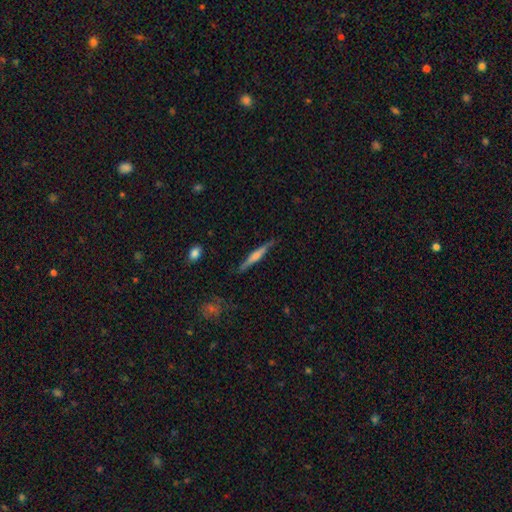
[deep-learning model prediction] A featured or disk galaxy (67%) viewed edge-on (97%) with a rounded central bulge (70%). Merging: none (86%).